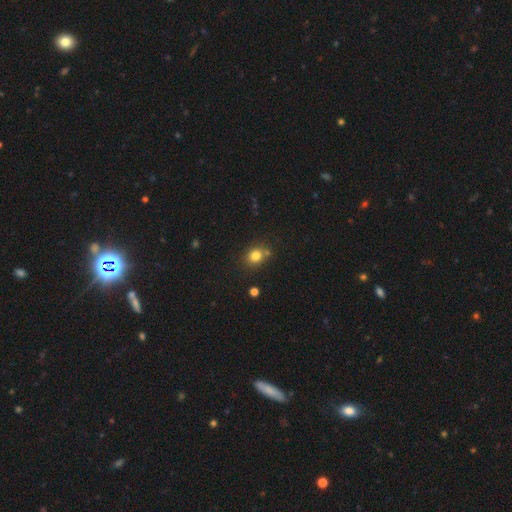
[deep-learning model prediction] smooth 80%, star or artifact 13%, featured or disk 7%. Down the decision tree: how rounded — round (66%); merging — none (71%).